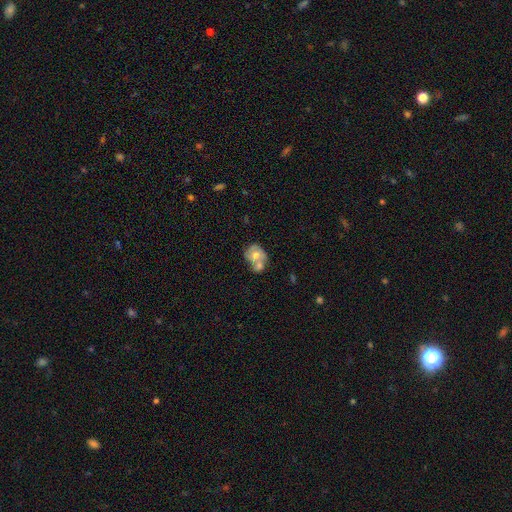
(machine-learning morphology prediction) Smooth or featured: featured or disk — 47% (smooth — 44%)
Merging: merger — 52% (none — 31%)